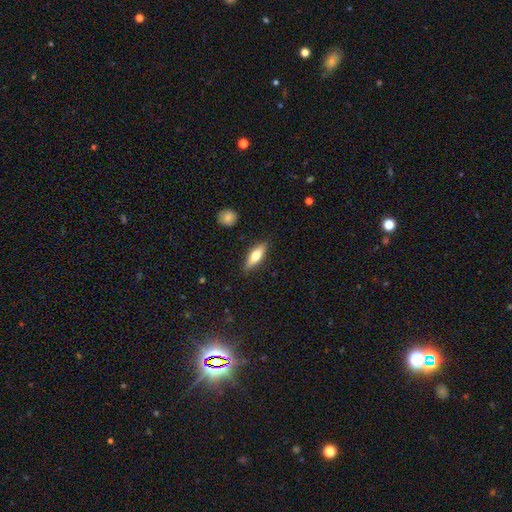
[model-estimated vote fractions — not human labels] A smooth galaxy with no disk features (62%) that is in between round and cigar-shaped (50%). Merging: none (87%).